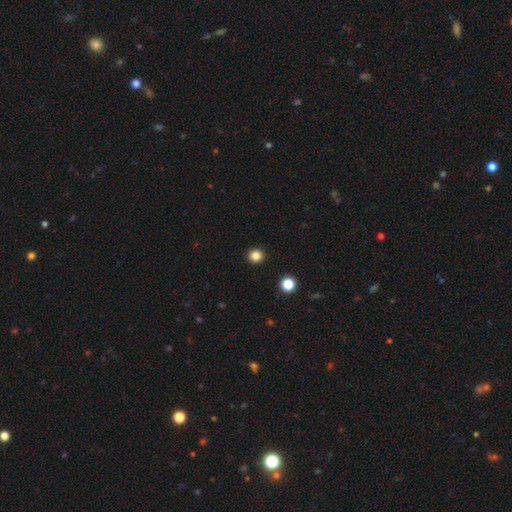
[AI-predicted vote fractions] smooth_or_featured: smooth (p=0.84) [alt: star or artifact p=0.13]
how_rounded: round (p=0.92) [alt: in between p=0.07]
merging: none (p=0.93) [alt: minor disturbance p=0.04]